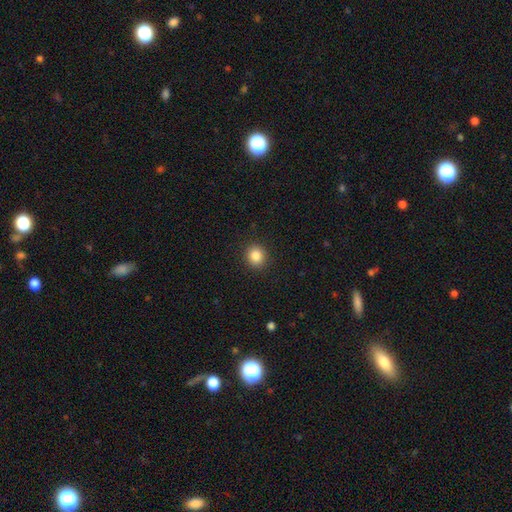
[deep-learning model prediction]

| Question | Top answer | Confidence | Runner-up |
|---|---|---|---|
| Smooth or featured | smooth | 85% | star or artifact (10%) |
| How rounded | round | 83% | in between (16%) |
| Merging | none | 91% | minor disturbance (6%) |